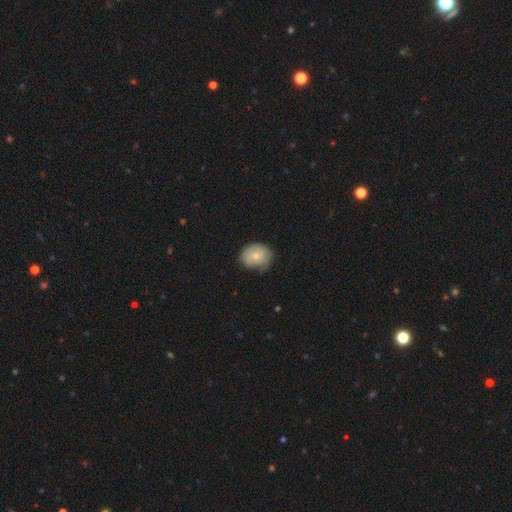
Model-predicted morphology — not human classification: This is likely a smooth galaxy (73%). How rounded: possibly round (57%). Merging: likely none (60%).